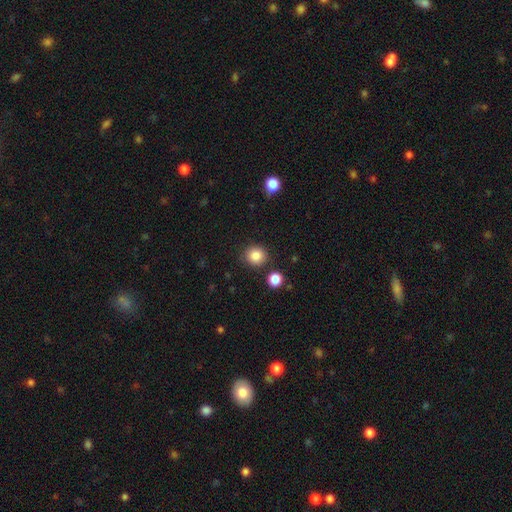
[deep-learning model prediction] This appears to be a smooth galaxy with no disk features (86%) that is round (89%). Merging: none (85%).